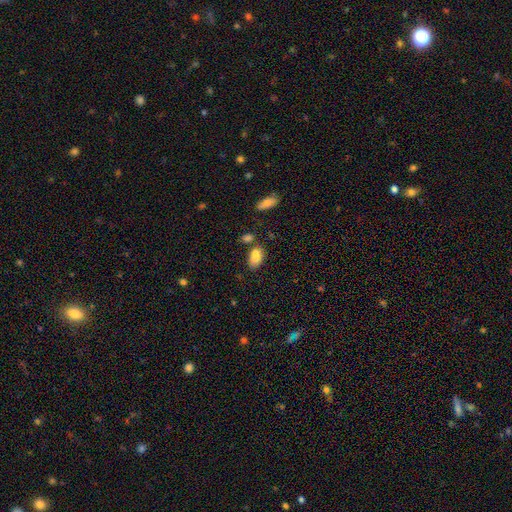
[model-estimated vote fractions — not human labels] smooth 83%, star or artifact 9%, featured or disk 8%. Down the decision tree: how rounded — in between (92%); merging — none (52%).